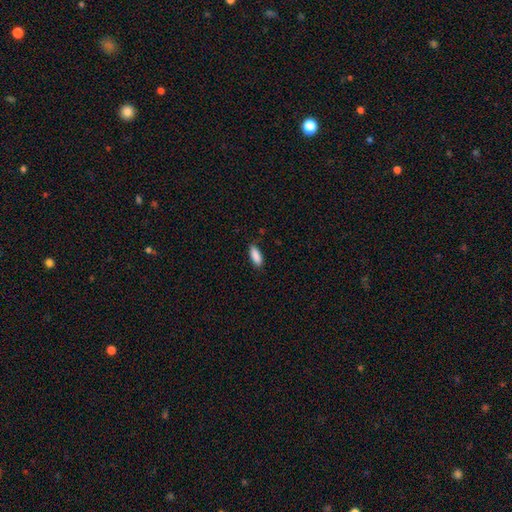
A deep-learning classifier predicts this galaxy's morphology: Smooth or featured?
  - smooth: 89% *
  - star or artifact: 7%
  - featured or disk: 4%
How rounded?
  - in between: 69% *
  - cigar-shaped: 29%
  - round: 2%
Merging?
  - none: 84% *
  - minor disturbance: 13%
  - major disturbance: 2%
  - merger: 1%